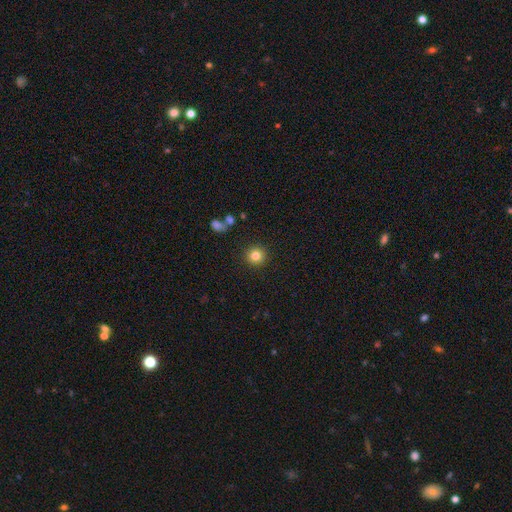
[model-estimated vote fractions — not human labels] The model was most divided on "smooth or featured": smooth: 82%, star or artifact: 11%, featured or disk: 6%. More confident: how rounded — round (94%); merging — none (91%).